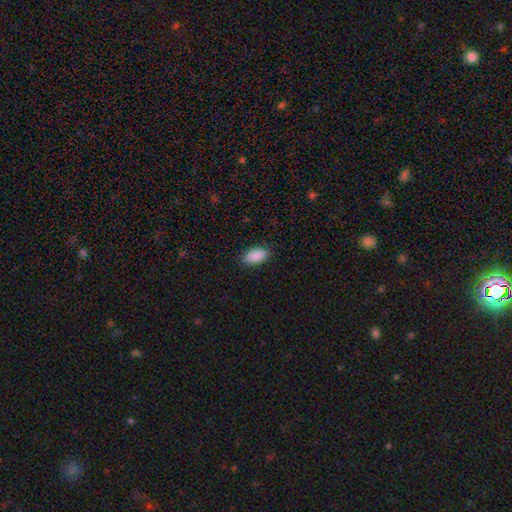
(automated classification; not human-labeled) Overall: smooth (90%). How rounded: in between (94%). Merging: none (87%).